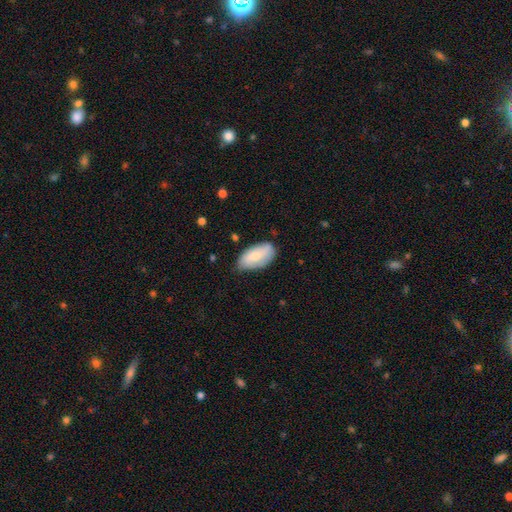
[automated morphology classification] type=smooth (75%); roundness=in between (94%); merging=none (70%).